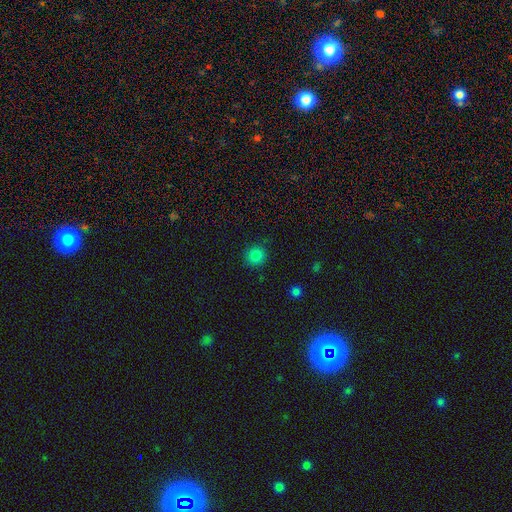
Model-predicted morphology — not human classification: A smooth galaxy with no disk features (82%) that is round (92%).

Vote fractions:
- Smooth or featured? smooth: 82% / star or artifact: 13% / featured or disk: 5%
- How rounded? round: 92% / in between: 7% / cigar-shaped: 1%
- Merging? none: 88% / minor disturbance: 9% / major disturbance: 2% / merger: 1%